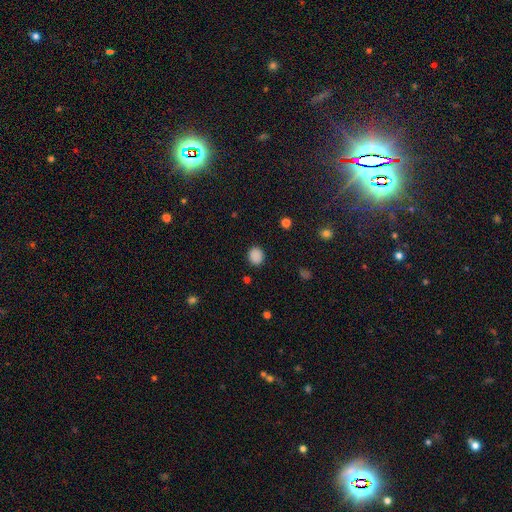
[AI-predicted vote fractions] A smooth galaxy with no disk features (86%) that is round (70%).

Vote fractions:
- Smooth or featured? smooth: 86% / star or artifact: 11% / featured or disk: 3%
- How rounded? round: 70% / in between: 29% / cigar-shaped: 1%
- Merging? none: 88% / minor disturbance: 8% / major disturbance: 3% / merger: 1%